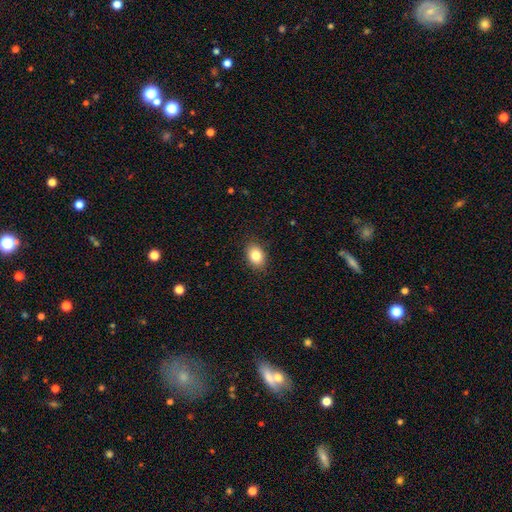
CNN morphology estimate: Smooth or featured? smooth (84%)
How rounded? in between (72%)
Merging? none (89%)